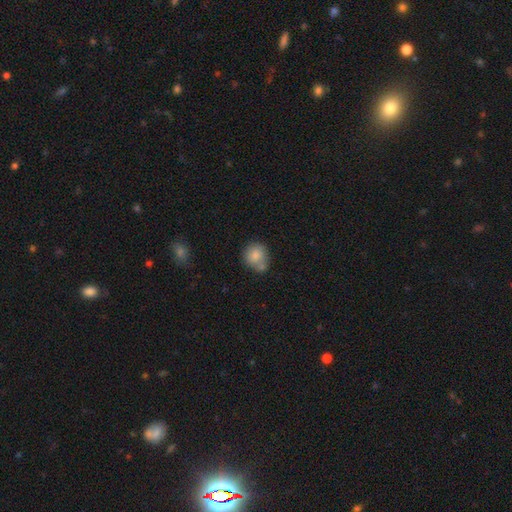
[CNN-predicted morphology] This is clearly a smooth galaxy (81%). How rounded: clearly round (83%). Merging: possibly none (52%).